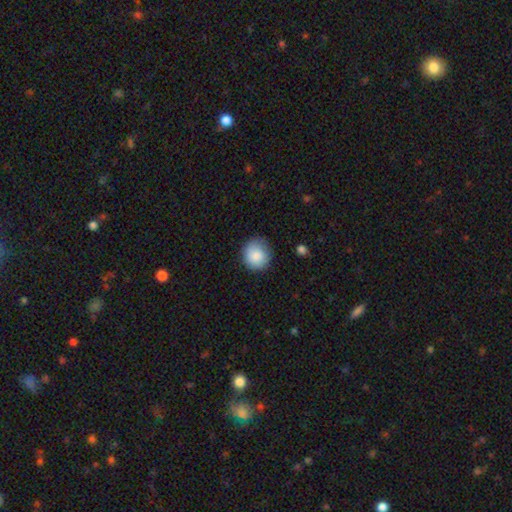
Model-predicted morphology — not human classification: This is clearly a smooth galaxy (87%). How rounded: clearly round (86%). Merging: clearly none (81%).